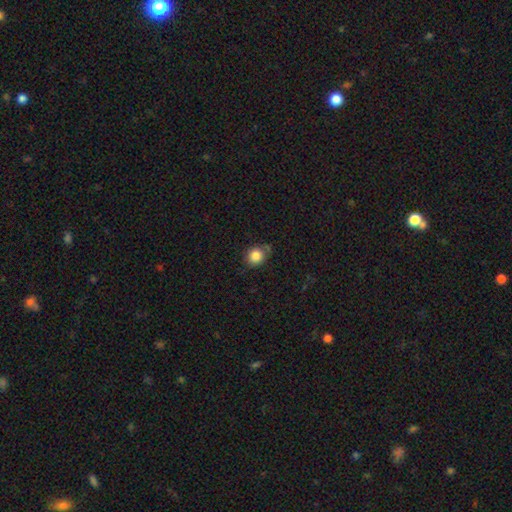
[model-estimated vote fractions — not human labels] This appears to be a smooth galaxy with no disk features (84%) that is round (77%). Merging: none (73%).